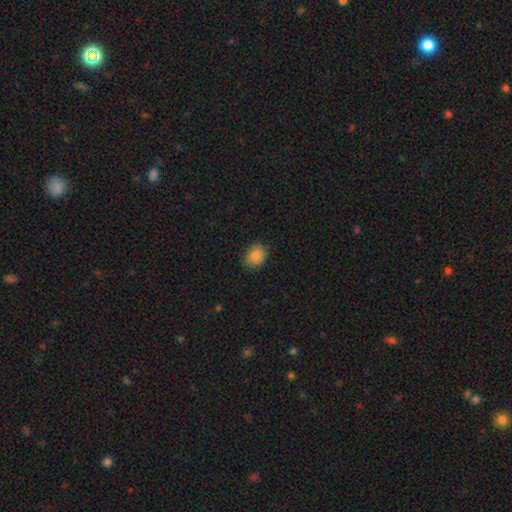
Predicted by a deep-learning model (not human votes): Smooth or featured? smooth (87%)
How rounded? round (56%)
Merging? none (83%)